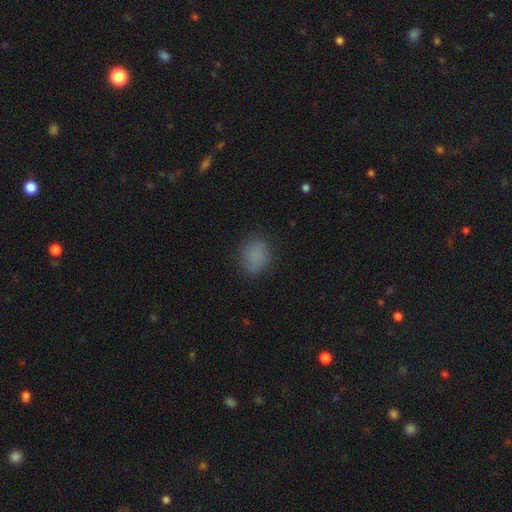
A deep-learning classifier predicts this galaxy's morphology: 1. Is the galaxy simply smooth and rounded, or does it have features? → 82% smooth, 12% star or artifact, 6% featured or disk.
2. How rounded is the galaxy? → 61% round, 38% in between, 1% cigar-shaped.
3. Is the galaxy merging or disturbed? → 79% none, 15% minor disturbance, 5% major disturbance, 1% merger.